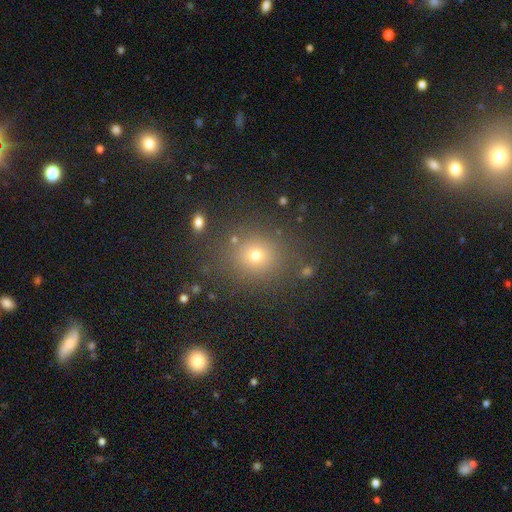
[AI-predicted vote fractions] Morphology: type=smooth (66%); roundness=round (81%); merging=none (85%).